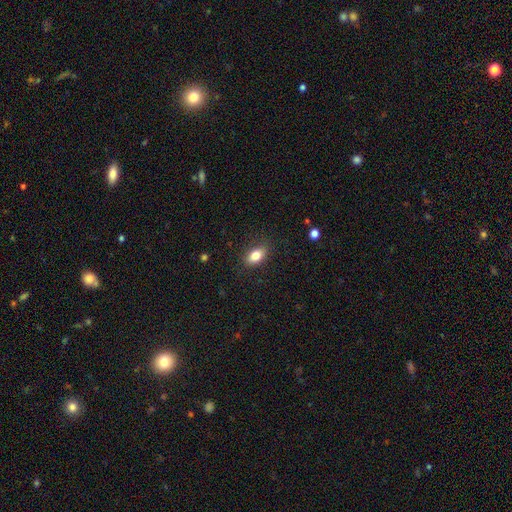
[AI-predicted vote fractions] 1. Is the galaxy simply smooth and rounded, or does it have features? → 82% smooth, 10% featured or disk, 8% star or artifact.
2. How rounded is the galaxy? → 88% in between, 9% round, 4% cigar-shaped.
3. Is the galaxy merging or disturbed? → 86% none, 11% minor disturbance, 3% major disturbance, 1% merger.